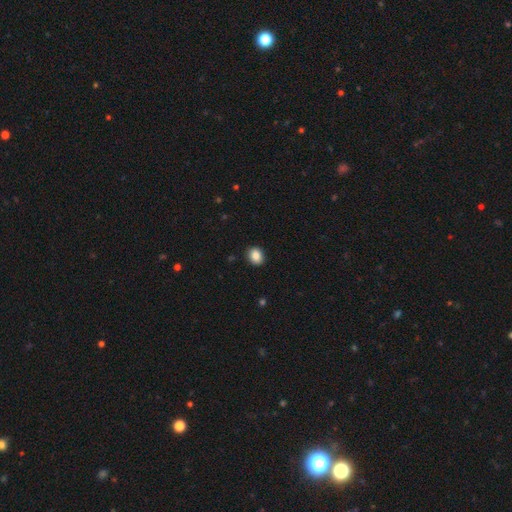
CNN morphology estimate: smooth 87%, star or artifact 9%, featured or disk 4%. Down the decision tree: how rounded — round (57%); merging — none (91%).